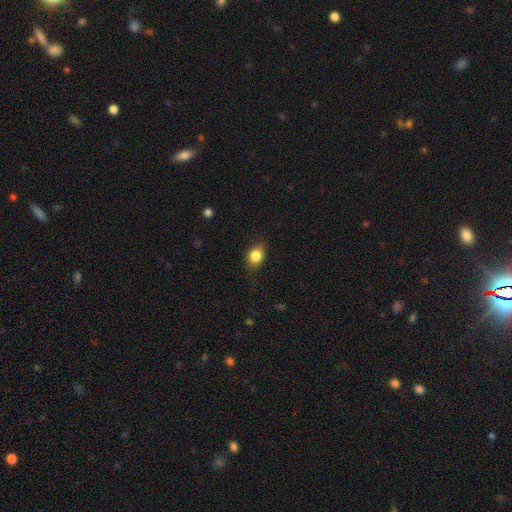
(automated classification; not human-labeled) Overall: smooth (83%). How rounded: in between (56%; round 43%). Merging: none (79%).